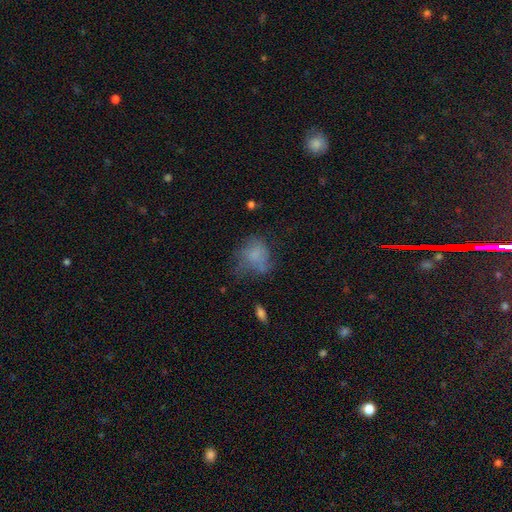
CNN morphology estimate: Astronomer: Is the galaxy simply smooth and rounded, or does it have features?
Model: smooth — 63%.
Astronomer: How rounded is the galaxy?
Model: round — 53% (runner-up: in between, 46%).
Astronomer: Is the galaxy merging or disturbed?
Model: none — 42% (runner-up: minor disturbance, 27%).